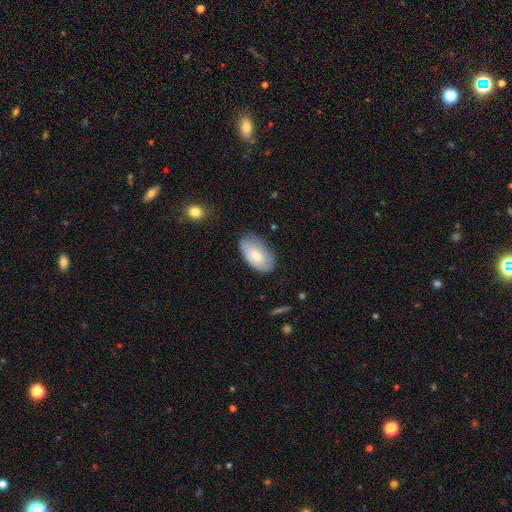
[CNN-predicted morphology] This is likely a smooth galaxy (70%). How rounded: clearly in between (95%). Merging: likely none (72%).